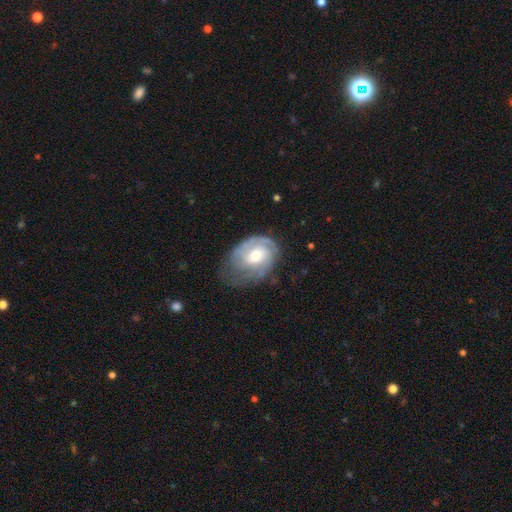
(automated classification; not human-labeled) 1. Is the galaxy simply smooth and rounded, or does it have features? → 73% featured or disk, 22% smooth, 5% star or artifact.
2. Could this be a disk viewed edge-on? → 96% no, 4% yes.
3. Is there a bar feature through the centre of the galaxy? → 63% no, 31% weak, 6% strong.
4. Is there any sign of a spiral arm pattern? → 88% yes, 12% no.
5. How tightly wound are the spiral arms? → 58% tight, 31% medium, 11% loose.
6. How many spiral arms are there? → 35% 2, 33% can't tell, 15% 1, 12% 3, 3% 4, 3% more than 4.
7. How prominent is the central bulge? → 69% moderate, 17% small, 11% large, 1% none, 1% dominant.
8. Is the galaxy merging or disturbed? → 49% none, 30% minor disturbance, 19% major disturbance, 2% merger.